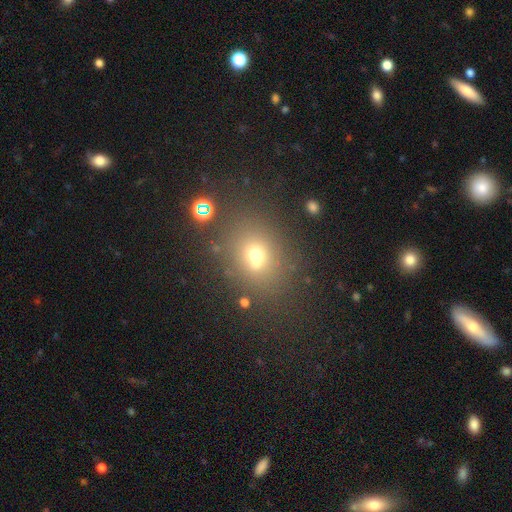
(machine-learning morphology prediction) A smooth galaxy with no disk features (62%) that is round (59%).

Vote fractions:
- Smooth or featured? smooth: 62% / star or artifact: 21% / featured or disk: 16%
- How rounded? round: 59% / in between: 40% / cigar-shaped: 1%
- Merging? none: 62% / merger: 19% / minor disturbance: 13% / major disturbance: 7%